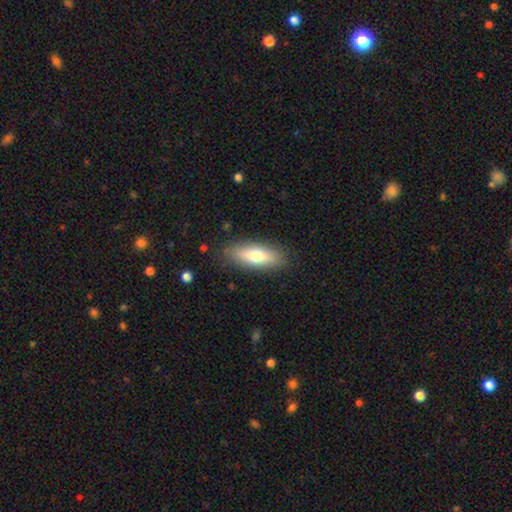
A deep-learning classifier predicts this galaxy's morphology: type=smooth (71%); roundness=in between (65%); merging=none (86%).